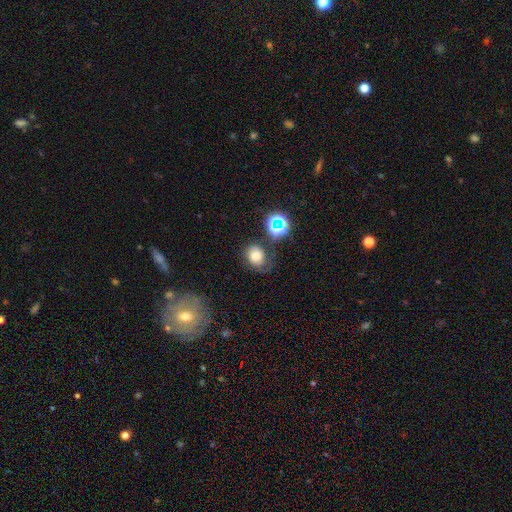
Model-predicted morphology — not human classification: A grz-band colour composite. It shows a smooth galaxy with no disk features (59%) that is round (61%). Merging: none (52%).